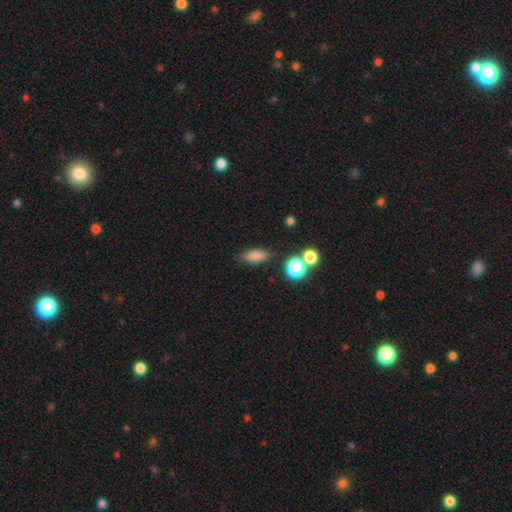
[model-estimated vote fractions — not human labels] Q: Smooth or featured?
A: smooth (81%); runner-up: star or artifact (11%)
Q: How rounded?
A: in between (67%); runner-up: cigar-shaped (24%)
Q: Merging?
A: none (80%); runner-up: minor disturbance (11%)